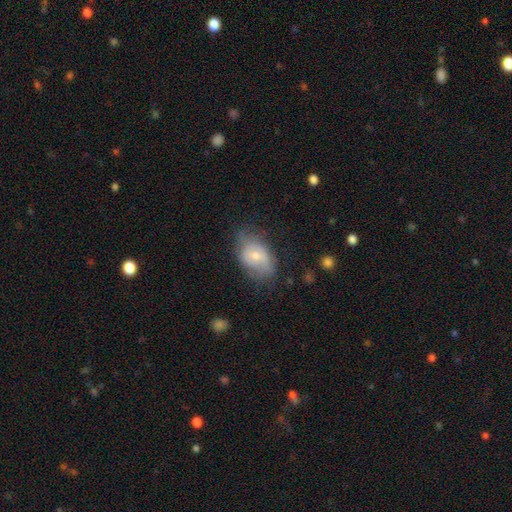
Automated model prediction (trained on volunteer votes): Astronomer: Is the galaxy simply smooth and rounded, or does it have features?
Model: smooth — 53% (runner-up: featured or disk, 39%).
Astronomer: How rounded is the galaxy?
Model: in between — 81%.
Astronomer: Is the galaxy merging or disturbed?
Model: none — 56%.